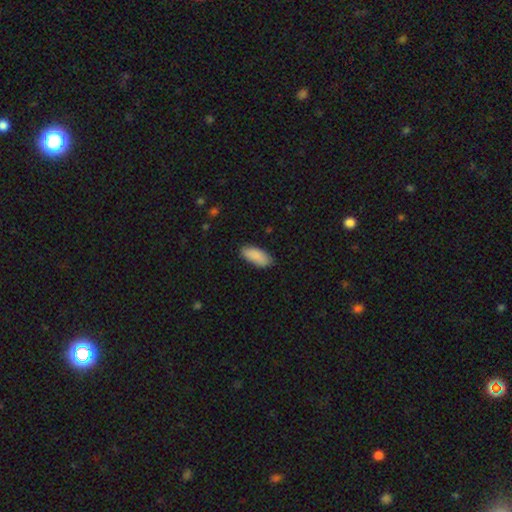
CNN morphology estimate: The model was most divided on "merging": none: 82%, minor disturbance: 14%, major disturbance: 2%, merger: 1%. More confident: smooth or featured — smooth (90%); how rounded — in between (86%).